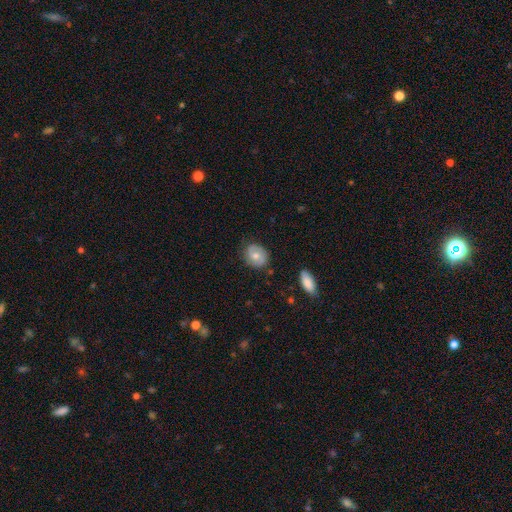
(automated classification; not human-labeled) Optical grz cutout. It shows a smooth galaxy with no disk features (56%) that is round (60%). Merging: none (76%).